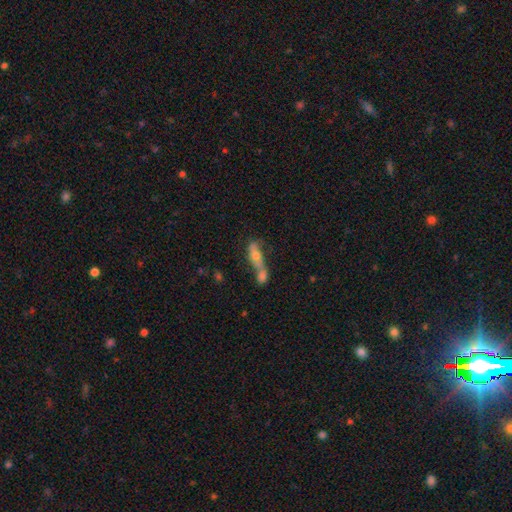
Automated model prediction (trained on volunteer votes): smooth_or_featured: smooth (p=0.49) [alt: featured or disk p=0.39]
merging: merger (p=0.62) [alt: none p=0.20]